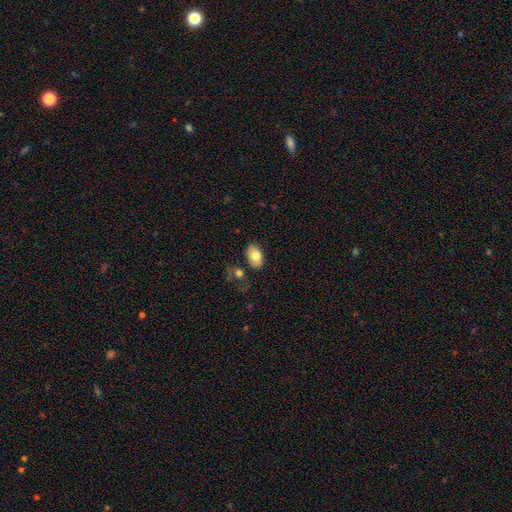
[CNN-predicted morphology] Q: Smooth or featured?
A: smooth (81%); runner-up: featured or disk (13%)
Q: How rounded?
A: in between (91%); runner-up: round (8%)
Q: Merging?
A: none (79%); runner-up: minor disturbance (12%)